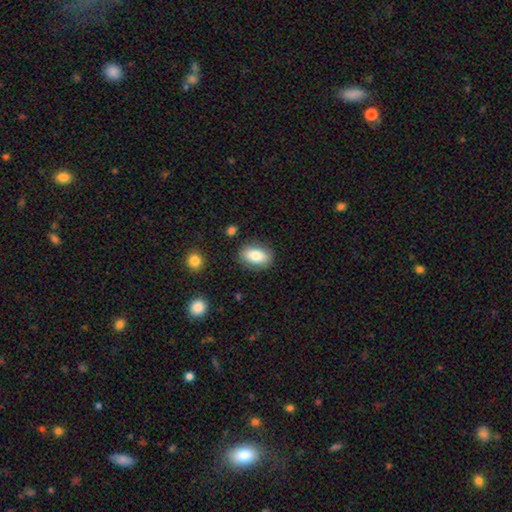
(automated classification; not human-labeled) The model was most divided on "smooth or featured": smooth: 83%, featured or disk: 10%, star or artifact: 7%. More confident: how rounded — in between (90%); merging — none (84%).